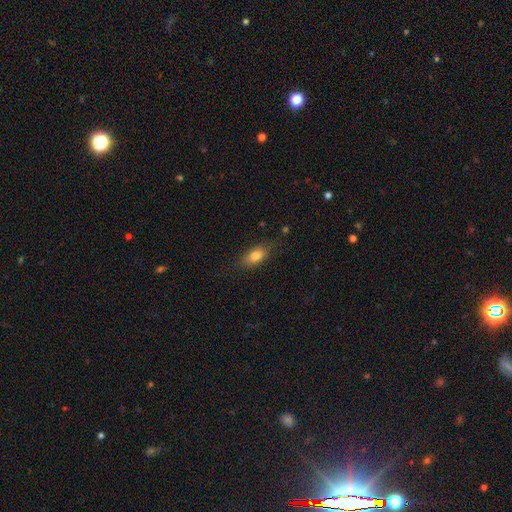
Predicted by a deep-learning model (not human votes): Morphology: type=smooth (79%); roundness=in between (83%); merging=none (77%).